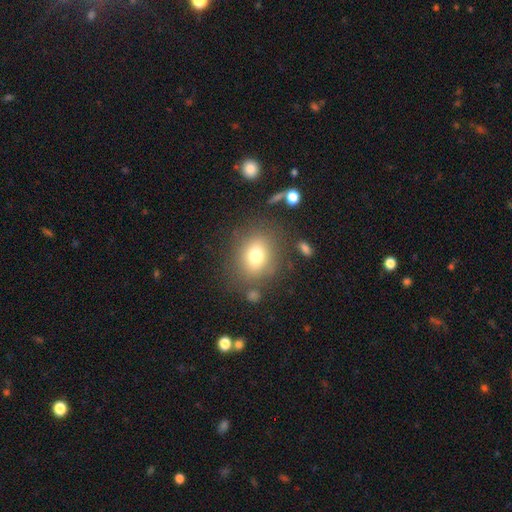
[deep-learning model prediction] Overall: smooth (74%). How rounded: round (62%; in between 37%). Merging: none (77%).